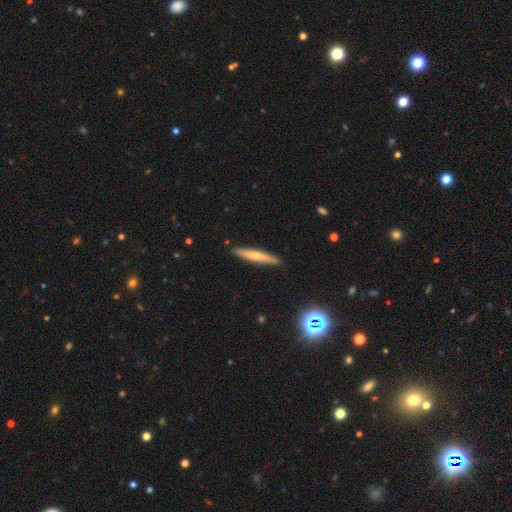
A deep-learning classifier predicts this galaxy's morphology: smooth-or-featured: smooth: 57% | featured or disk: 37% | star or artifact: 6%
  how-rounded: cigar-shaped: 93% | in between: 6% | round: 1%
  merging: none: 89% | minor disturbance: 8% | major disturbance: 2% | merger: 1%